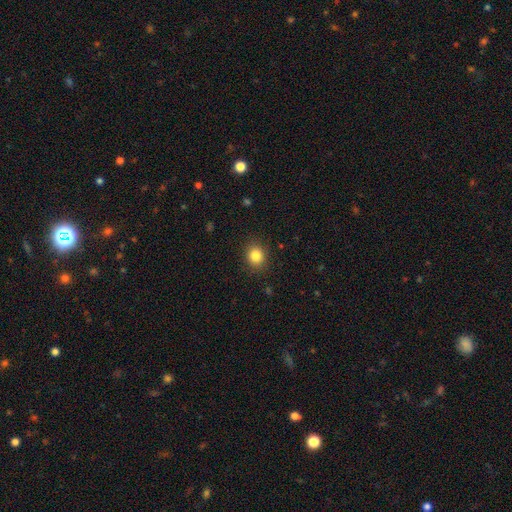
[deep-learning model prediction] A smooth galaxy with no disk features (84%) that is round (70%).

Vote fractions:
- Smooth or featured? smooth: 84% / star or artifact: 11% / featured or disk: 5%
- How rounded? round: 70% / in between: 29% / cigar-shaped: 1%
- Merging? none: 88% / minor disturbance: 8% / major disturbance: 3% / merger: 1%